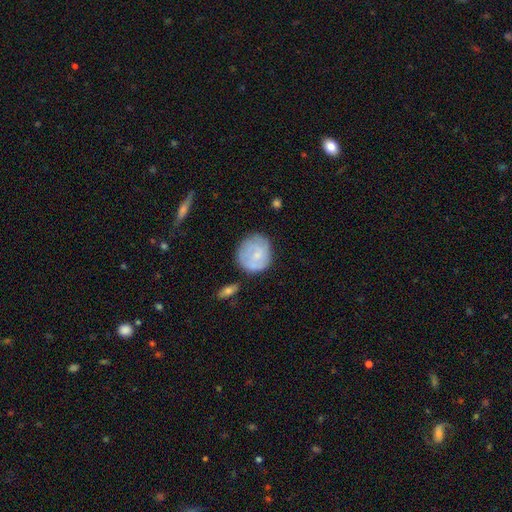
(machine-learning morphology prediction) This appears to be a smooth galaxy with no disk features (55%) that is round (80%). Merging: none (67%).